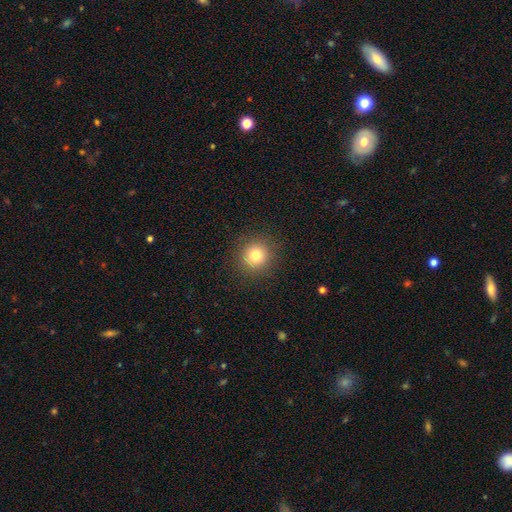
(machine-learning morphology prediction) Smooth or featured? Predicted: smooth (p=0.79). How rounded? Predicted: round (p=0.93). Merging? Predicted: none (p=0.90).